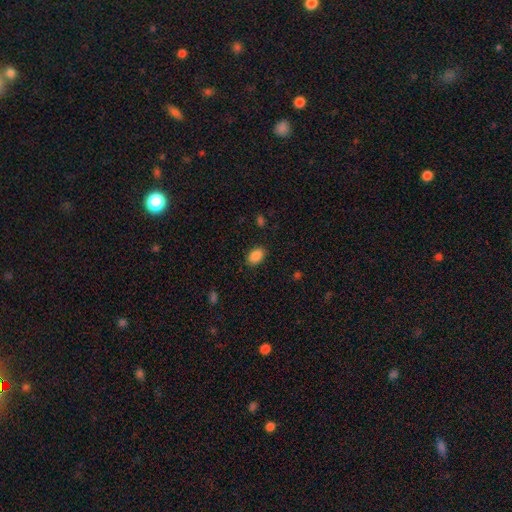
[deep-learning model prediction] Q: Smooth or featured?
A: smooth (89%); runner-up: star or artifact (8%)
Q: How rounded?
A: in between (88%); runner-up: round (11%)
Q: Merging?
A: none (86%); runner-up: minor disturbance (10%)